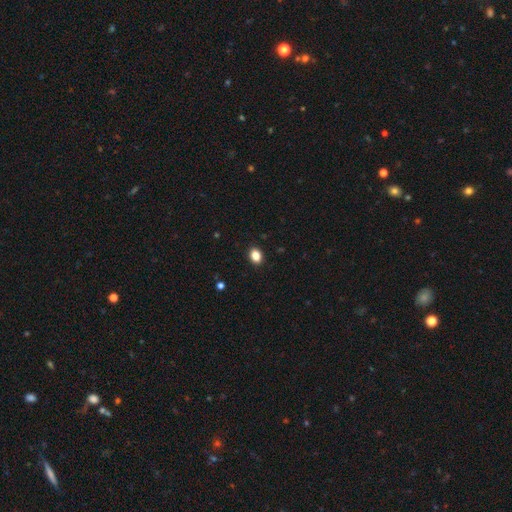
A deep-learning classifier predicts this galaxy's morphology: Smooth or featured?
  - smooth: 86% *
  - star or artifact: 10%
  - featured or disk: 4%
How rounded?
  - in between: 68% *
  - round: 31%
  - cigar-shaped: 1%
Merging?
  - none: 91% *
  - minor disturbance: 6%
  - major disturbance: 2%
  - merger: 1%